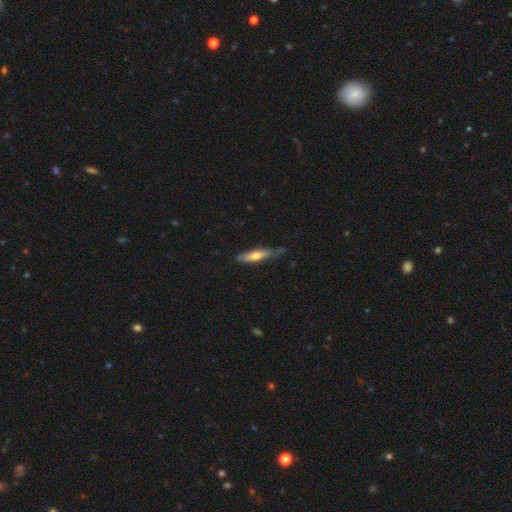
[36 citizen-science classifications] Smooth or featured: smooth — 53% (featured or disk — 44%)
How rounded: cigar-shaped — 63% (in between — 37%)
Merging: none — 51% (minor disturbance — 37%)